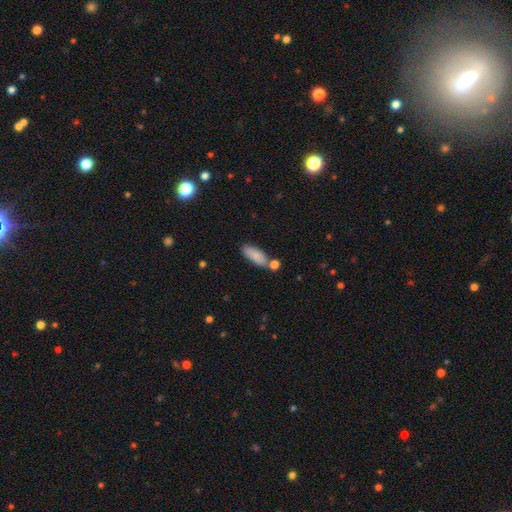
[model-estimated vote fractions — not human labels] Smooth or featured: smooth — 86% (featured or disk — 8%)
How rounded: in between — 75% (cigar-shaped — 23%)
Merging: none — 68% (minor disturbance — 14%)